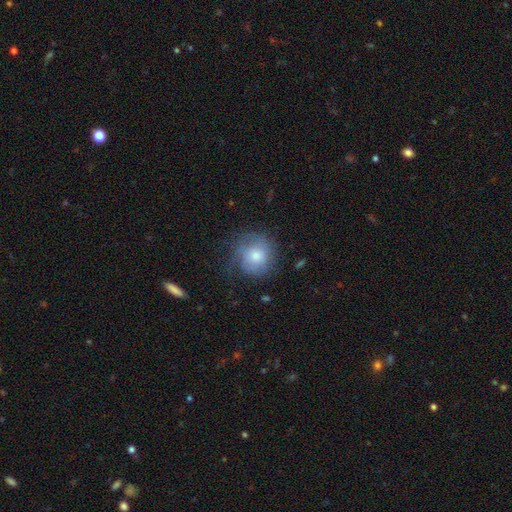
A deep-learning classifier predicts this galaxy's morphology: smooth_or_featured: smooth (p=0.66) [alt: featured or disk p=0.26]
how_rounded: round (p=0.85) [alt: in between p=0.14]
merging: none (p=0.52) [alt: minor disturbance p=0.27]